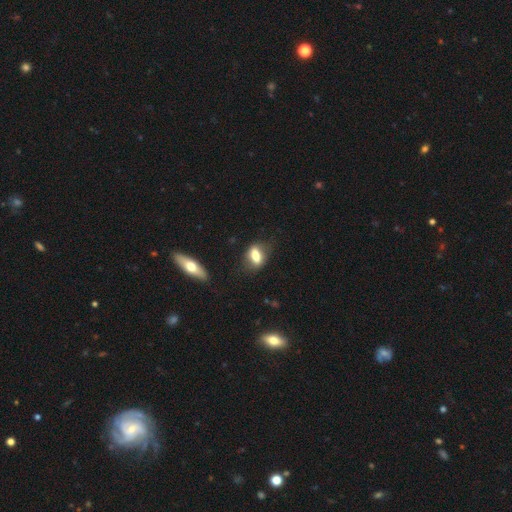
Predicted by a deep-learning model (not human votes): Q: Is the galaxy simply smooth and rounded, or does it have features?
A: smooth — 65%.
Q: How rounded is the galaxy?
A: in between — 77%.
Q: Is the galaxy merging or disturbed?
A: none — 68%.